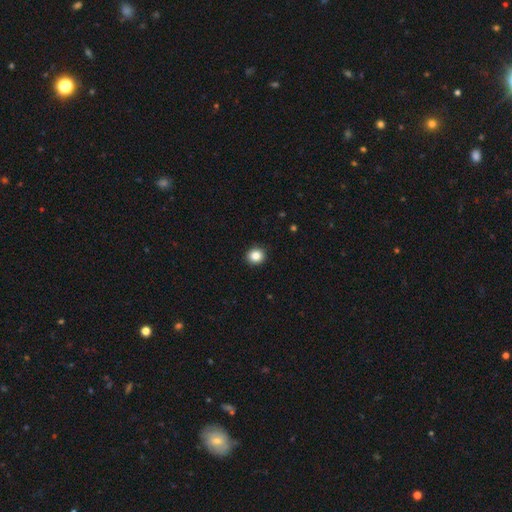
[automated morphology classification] This is clearly a smooth galaxy (85%). How rounded: clearly round (89%). Merging: clearly none (93%).